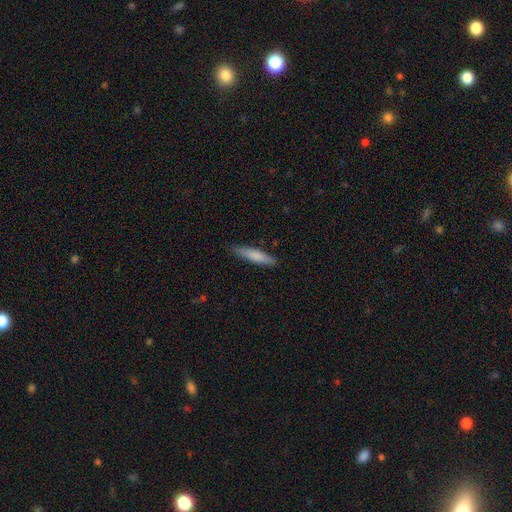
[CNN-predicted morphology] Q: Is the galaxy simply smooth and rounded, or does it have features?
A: smooth — 75%.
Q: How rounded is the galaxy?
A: cigar-shaped — 86%.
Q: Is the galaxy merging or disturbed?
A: none — 86%.